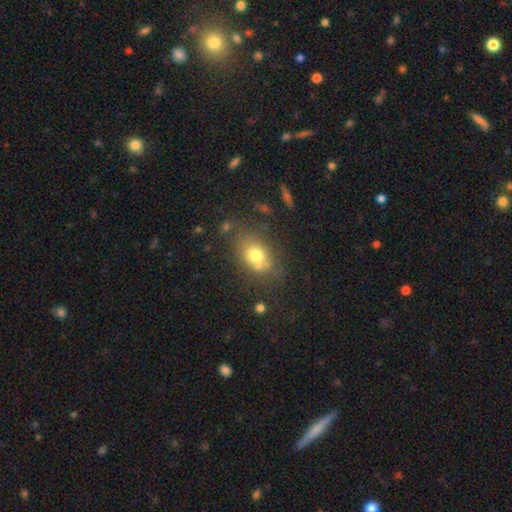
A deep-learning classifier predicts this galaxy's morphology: Overall: smooth (72%). How rounded: in between (72%). Merging: none (60%).